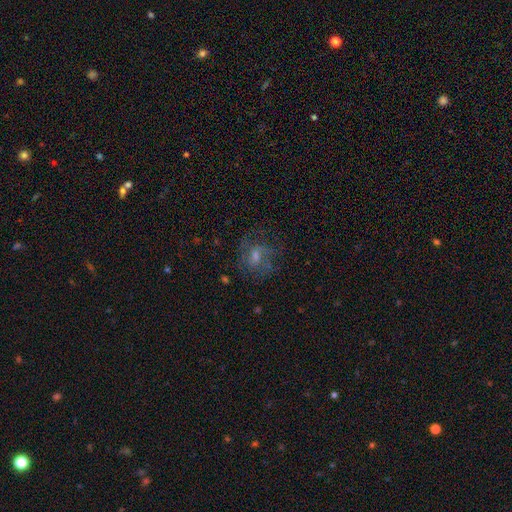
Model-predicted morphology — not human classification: Q: Smooth or featured?
A: featured or disk (50%); runner-up: smooth (31%)
Q: Merging?
A: none (61%); runner-up: minor disturbance (19%)